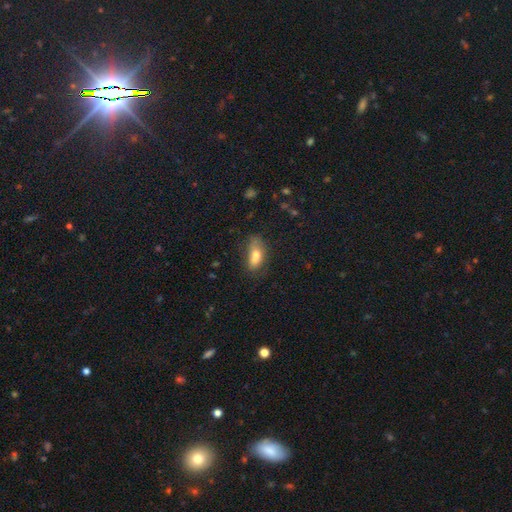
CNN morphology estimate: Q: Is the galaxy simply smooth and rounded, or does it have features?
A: smooth — 73%.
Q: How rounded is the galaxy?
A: in between — 81%.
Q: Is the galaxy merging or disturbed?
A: none — 49%.